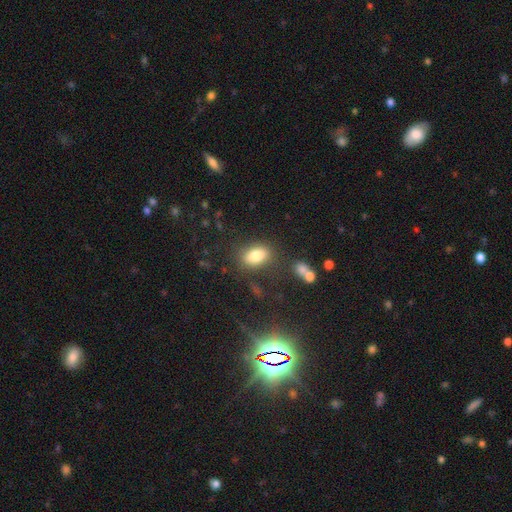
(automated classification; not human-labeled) A smooth galaxy with no disk features (80%) that is in between round and cigar-shaped (83%). Merging: none (75%).